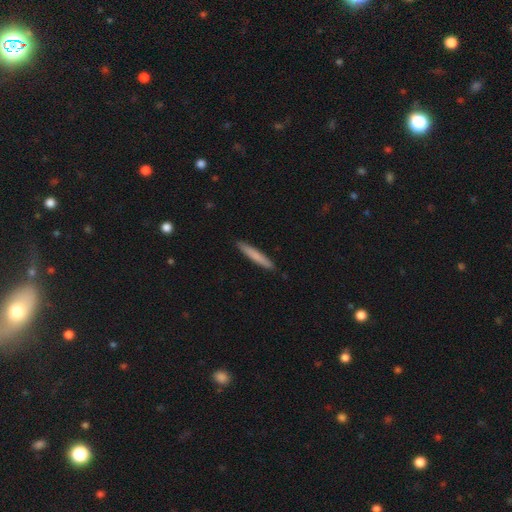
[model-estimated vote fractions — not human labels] Smooth or featured? smooth (76%)
How rounded? cigar-shaped (95%)
Merging? none (91%)